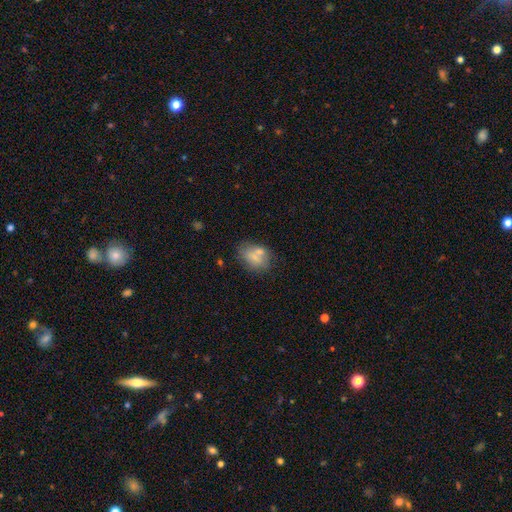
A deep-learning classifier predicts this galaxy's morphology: Smooth or featured? Predicted: smooth (p=0.69). How rounded? Predicted: in between (p=0.72). Merging? Predicted: none (p=0.49).